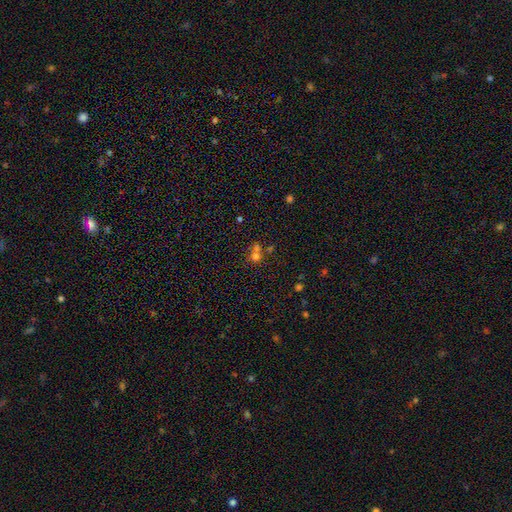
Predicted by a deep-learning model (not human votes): Smooth or featured?
  - smooth: 64% *
  - star or artifact: 23%
  - featured or disk: 13%
How rounded?
  - round: 83% *
  - in between: 16%
  - cigar-shaped: 1%
Merging?
  - merger: 46% *
  - none: 43%
  - minor disturbance: 7%
  - major disturbance: 4%